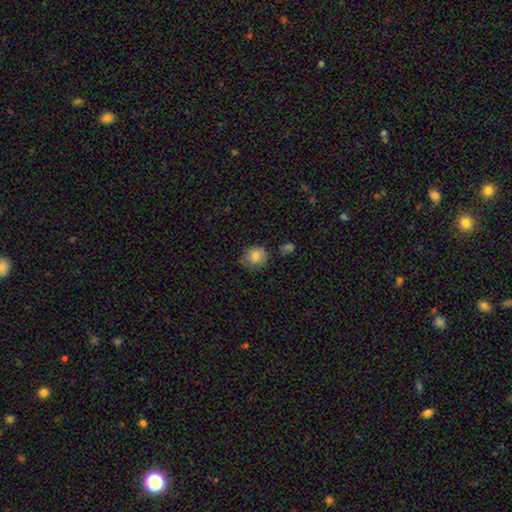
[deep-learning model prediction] smooth 82%, star or artifact 9%, featured or disk 9%. Down the decision tree: how rounded — round (81%); merging — none (69%).